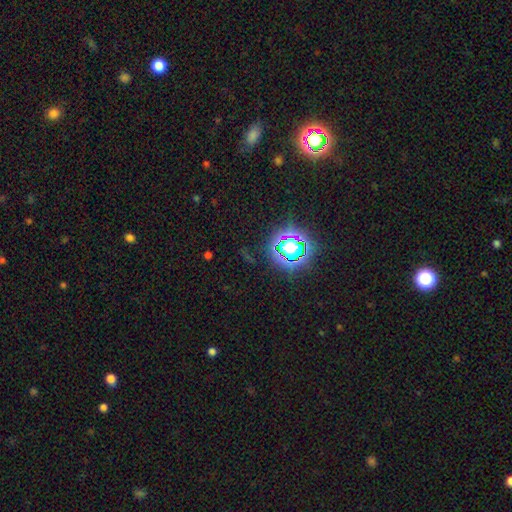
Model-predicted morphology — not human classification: type=star or artifact (79%).